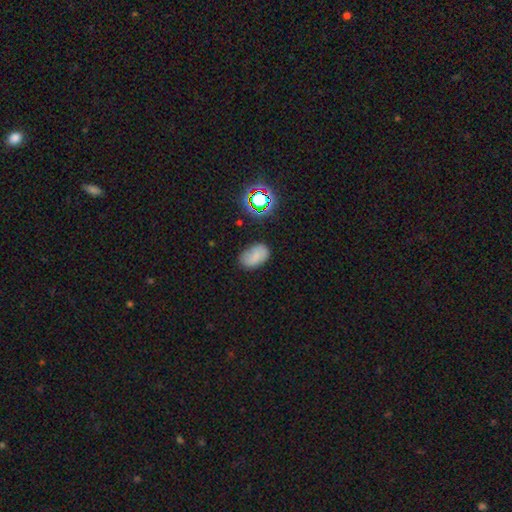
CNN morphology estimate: Smooth or featured? Predicted: smooth (p=0.72). How rounded? Predicted: in between (p=0.89). Merging? Predicted: none (p=0.74).